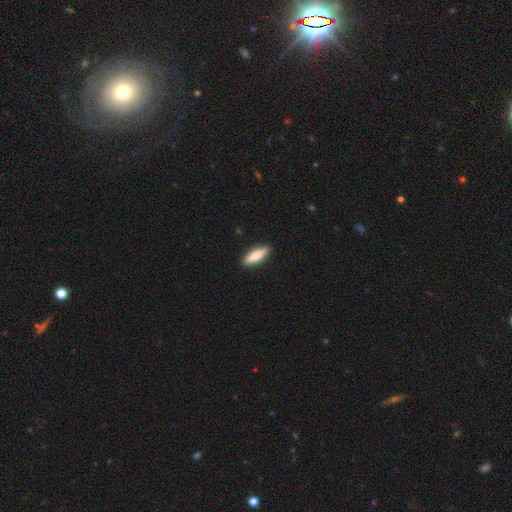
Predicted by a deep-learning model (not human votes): This appears to be a smooth galaxy with no disk features (75%) that is cigar-shaped (50%). Merging: none (91%).